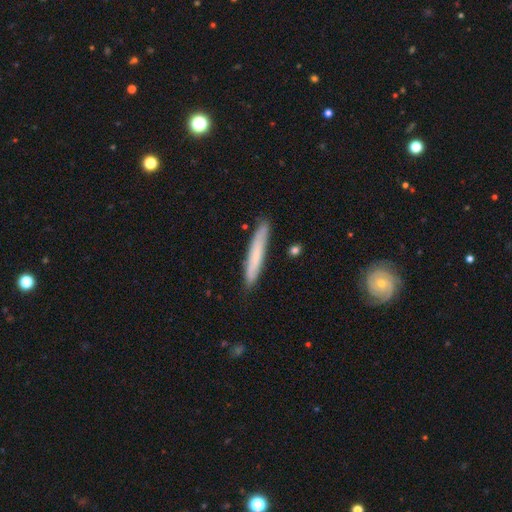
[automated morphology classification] smooth_or_featured: smooth (p=0.66) [alt: featured or disk p=0.27]
how_rounded: cigar-shaped (p=0.95) [alt: in between p=0.04]
merging: none (p=0.87) [alt: minor disturbance p=0.10]